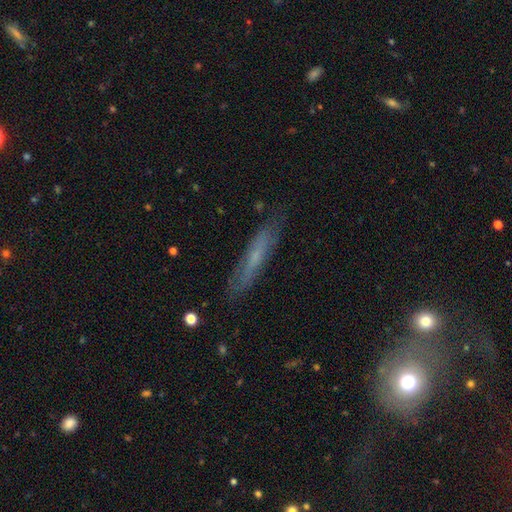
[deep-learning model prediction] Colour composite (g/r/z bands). It shows a smooth galaxy with no disk features (46%). Merging: none (81%).